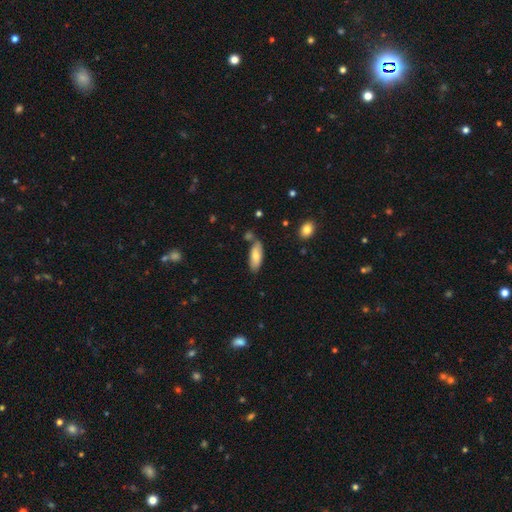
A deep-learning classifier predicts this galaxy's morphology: This is likely a smooth galaxy (73%). How rounded: likely in between (74%). Merging: likely none (72%).